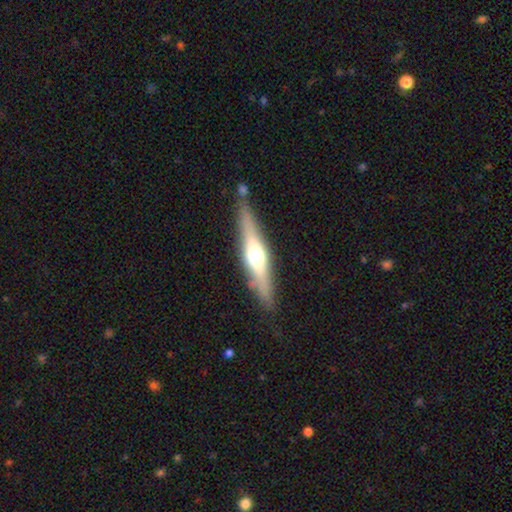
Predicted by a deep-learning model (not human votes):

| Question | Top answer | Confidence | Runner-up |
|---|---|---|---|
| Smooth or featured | featured or disk | 63% | smooth (31%) |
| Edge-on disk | yes | 93% | no (7%) |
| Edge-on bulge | rounded | 92% | boxy (5%) |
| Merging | none | 84% | minor disturbance (11%) |